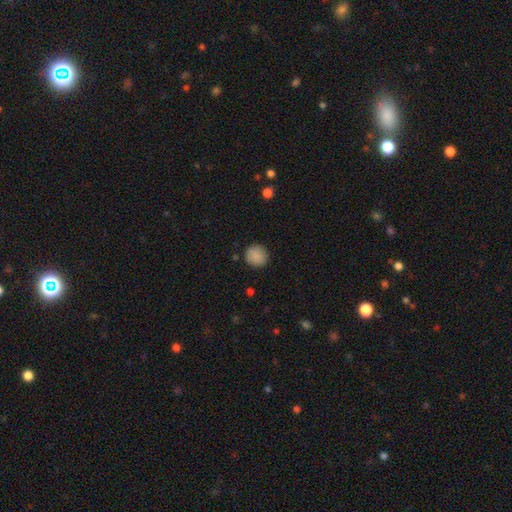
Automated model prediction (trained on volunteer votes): A smooth galaxy with no disk features (88%) that is round (91%).

Vote fractions:
- Smooth or featured? smooth: 88% / star or artifact: 8% / featured or disk: 4%
- How rounded? round: 91% / in between: 8% / cigar-shaped: 1%
- Merging? none: 88% / minor disturbance: 8% / major disturbance: 2% / merger: 1%